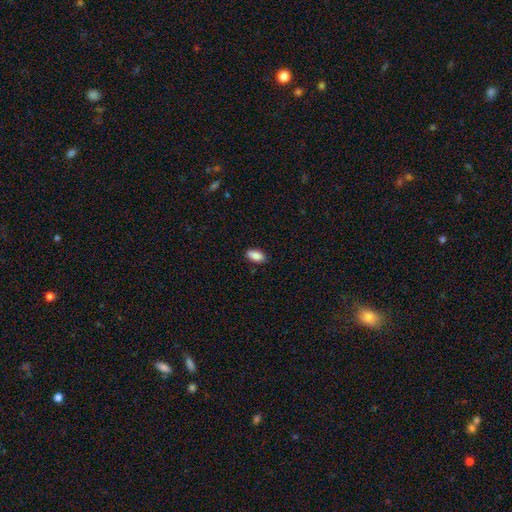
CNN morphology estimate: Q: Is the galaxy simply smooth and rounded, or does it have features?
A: smooth — 89%.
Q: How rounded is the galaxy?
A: in between — 92%.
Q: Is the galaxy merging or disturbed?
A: none — 87%.